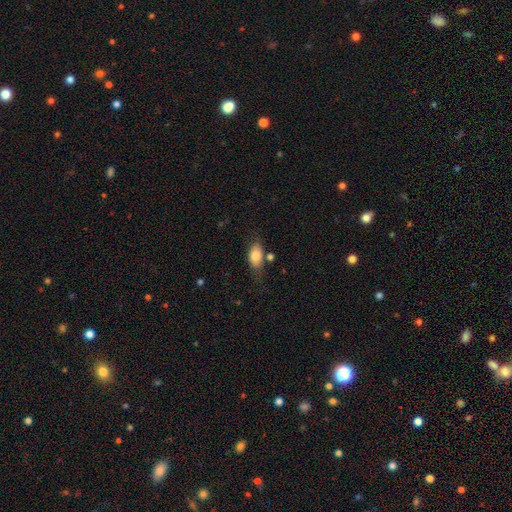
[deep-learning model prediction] Smooth or featured? Predicted: smooth (p=0.78). How rounded? Predicted: in between (p=0.87). Merging? Predicted: none (p=0.61).